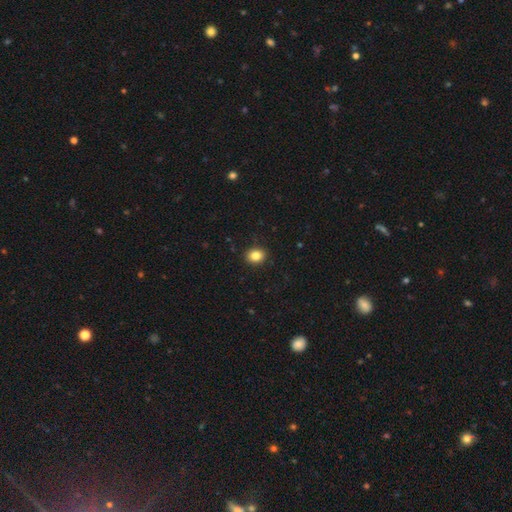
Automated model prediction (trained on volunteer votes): Overall: smooth (85%). How rounded: round (52%; in between 47%). Merging: none (90%).